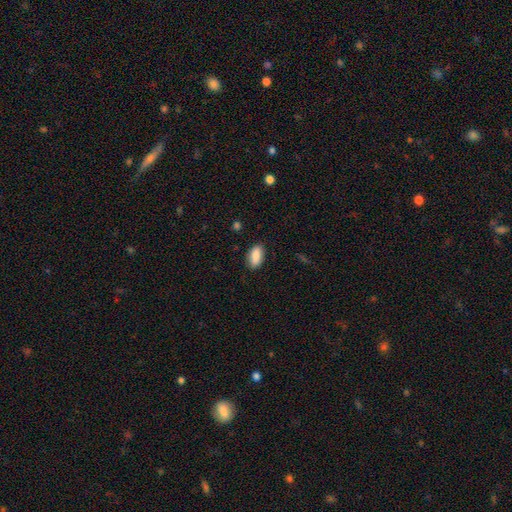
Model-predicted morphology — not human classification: Smooth or featured?
  - smooth: 87% *
  - star or artifact: 7%
  - featured or disk: 7%
How rounded?
  - in between: 91% *
  - cigar-shaped: 5%
  - round: 3%
Merging?
  - none: 85% *
  - minor disturbance: 11%
  - major disturbance: 2%
  - merger: 1%